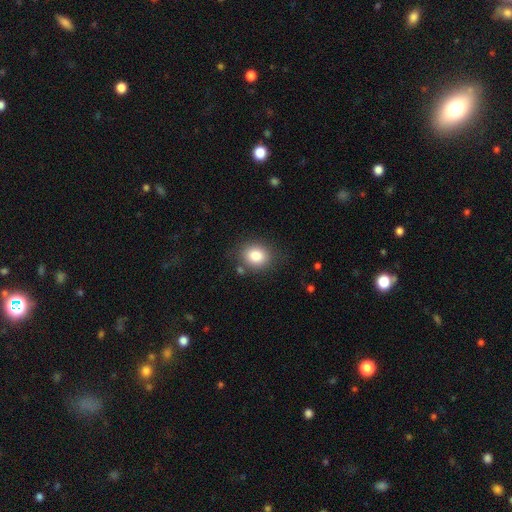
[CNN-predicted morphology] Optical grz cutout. It shows a smooth galaxy with no disk features (84%) that is round (57%). Merging: none (81%).